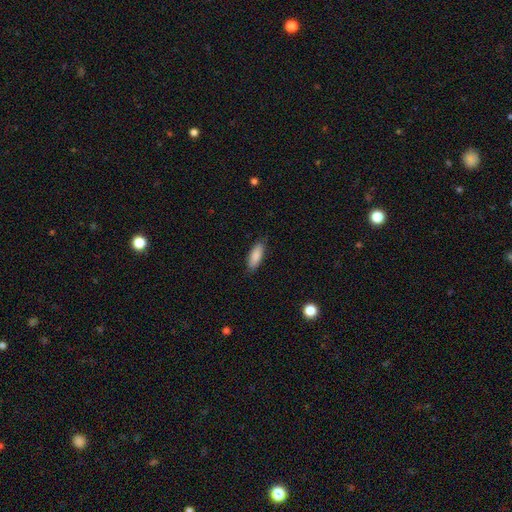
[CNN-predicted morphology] This appears to be a smooth galaxy with no disk features (87%) that is in between round and cigar-shaped (63%). Merging: none (85%).